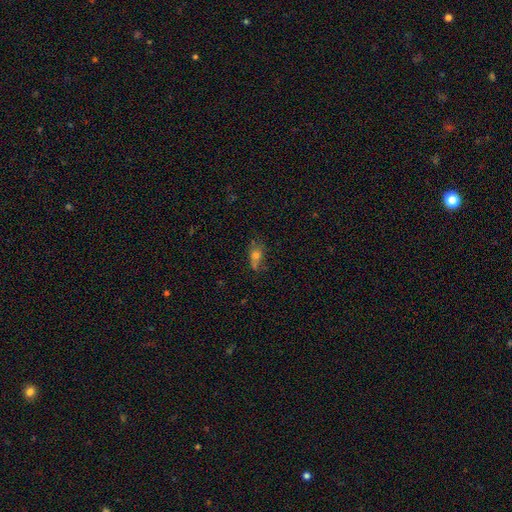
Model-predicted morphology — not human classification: type=smooth (60%); roundness=in between (66%); merging=none (53%).